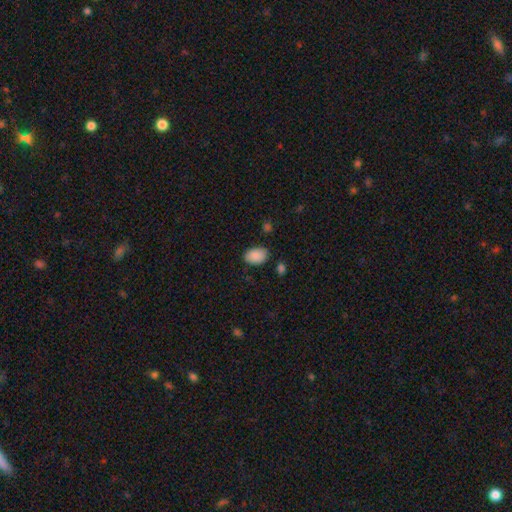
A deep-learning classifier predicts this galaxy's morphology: This is clearly a smooth galaxy (88%). How rounded: clearly in between (88%). Merging: likely none (79%).